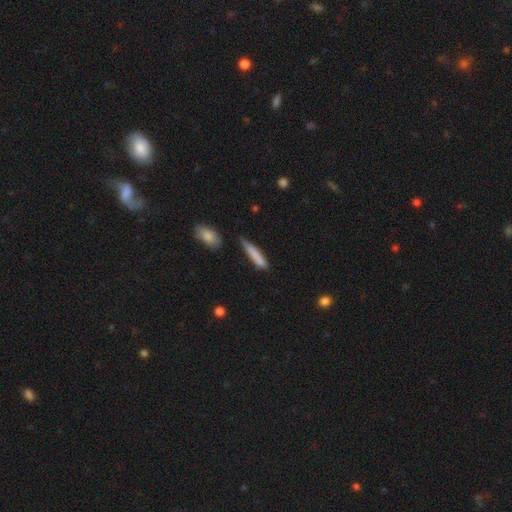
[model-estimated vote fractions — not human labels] The model was most divided on "merging": none: 62%, minor disturbance: 27%, major disturbance: 6%, merger: 5%. More confident: how rounded — cigar-shaped (87%); smooth or featured — smooth (82%).